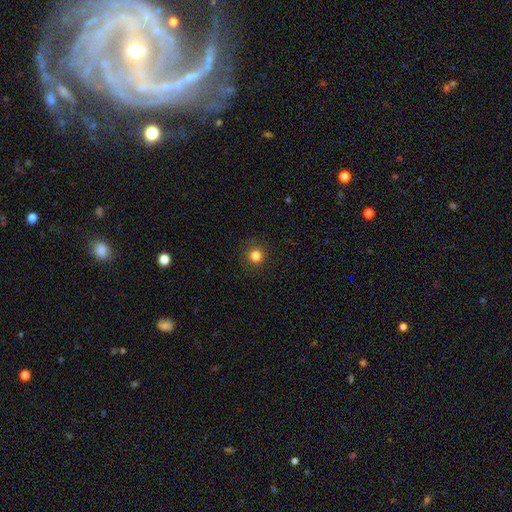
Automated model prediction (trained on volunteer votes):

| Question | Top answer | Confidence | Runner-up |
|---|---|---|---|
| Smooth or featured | smooth | 82% | star or artifact (13%) |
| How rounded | round | 95% | in between (4%) |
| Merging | none | 90% | minor disturbance (6%) |